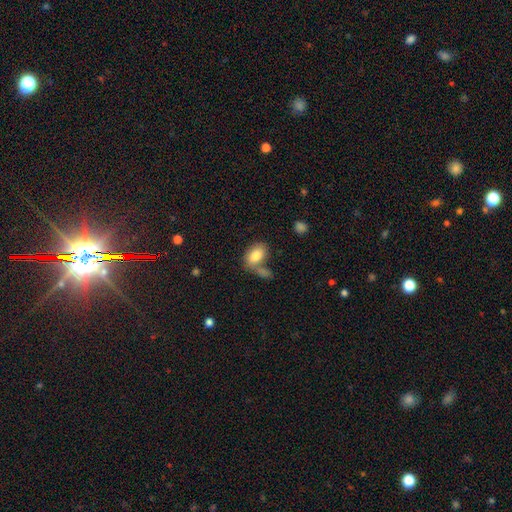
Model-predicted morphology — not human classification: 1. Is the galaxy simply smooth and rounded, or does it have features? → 81% smooth, 11% featured or disk, 7% star or artifact.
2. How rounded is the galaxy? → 88% in between, 10% round, 2% cigar-shaped.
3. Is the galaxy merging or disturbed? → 47% none, 31% merger, 15% minor disturbance, 7% major disturbance.